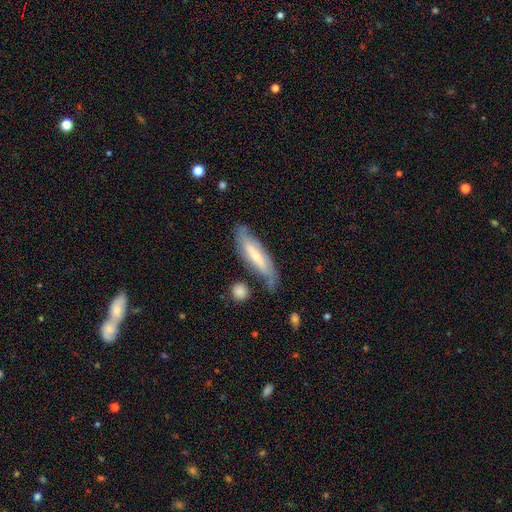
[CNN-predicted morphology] Smooth or featured? Predicted: featured or disk (p=0.51). Edge-on disk? Predicted: no (p=0.60). Merging? Predicted: none (p=0.63).